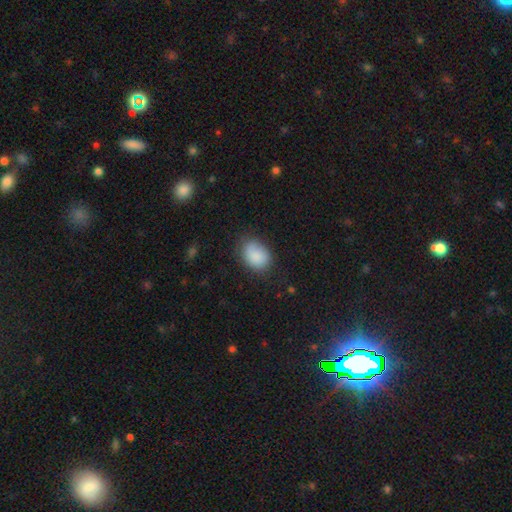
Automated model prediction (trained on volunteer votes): Smooth or featured? smooth (86%)
How rounded? in between (63%)
Merging? none (71%)